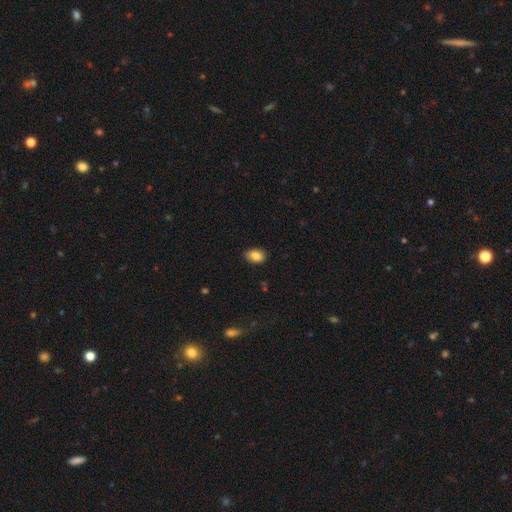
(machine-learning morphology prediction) Overall: smooth (85%). How rounded: in between (83%). Merging: none (85%).